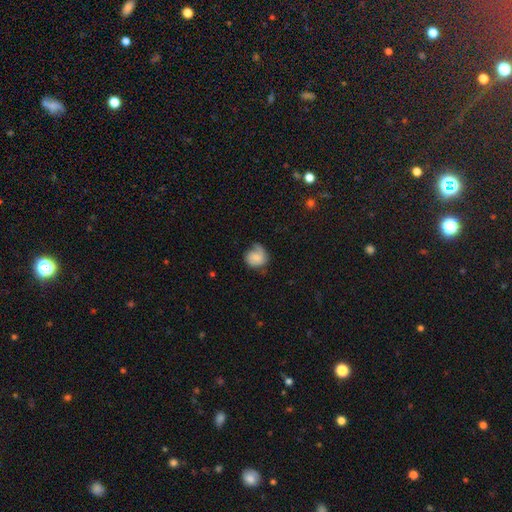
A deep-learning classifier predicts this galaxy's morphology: Smooth or featured? smooth (57%)
How rounded? round (69%)
Merging? none (45%)